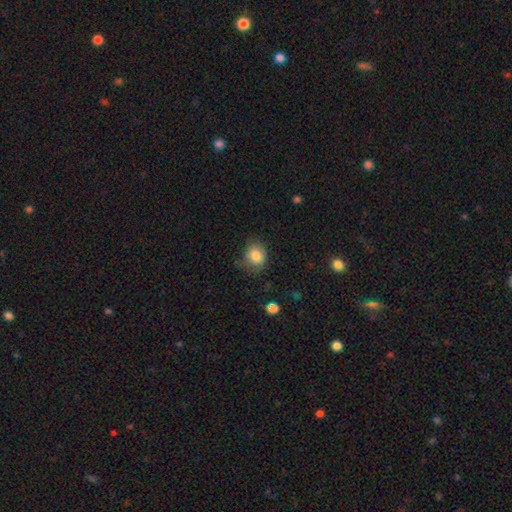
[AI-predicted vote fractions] This is clearly a smooth galaxy (83%). How rounded: likely round (68%). Merging: likely none (69%).